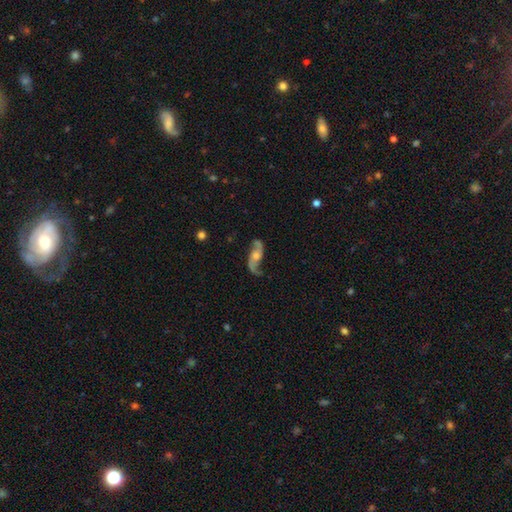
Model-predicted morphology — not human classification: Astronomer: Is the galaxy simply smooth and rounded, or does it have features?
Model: featured or disk — 86%.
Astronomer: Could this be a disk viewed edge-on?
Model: no — 93%.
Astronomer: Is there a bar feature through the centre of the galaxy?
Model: no — 61%.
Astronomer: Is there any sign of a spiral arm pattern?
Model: yes — 96%.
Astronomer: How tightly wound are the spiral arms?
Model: loose — 74%.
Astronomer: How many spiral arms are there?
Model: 2 — 93%.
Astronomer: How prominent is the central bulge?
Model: moderate — 54% (runner-up: small, 34%).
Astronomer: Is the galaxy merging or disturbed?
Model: none — 75%.